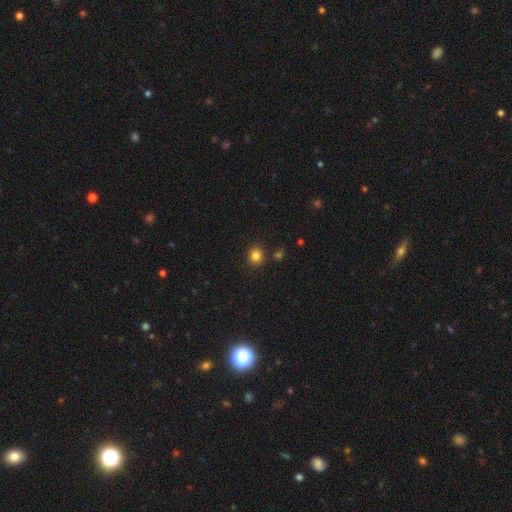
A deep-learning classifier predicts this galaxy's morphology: smooth 83%, star or artifact 13%, featured or disk 5%. Down the decision tree: how rounded — round (81%); merging — none (86%).